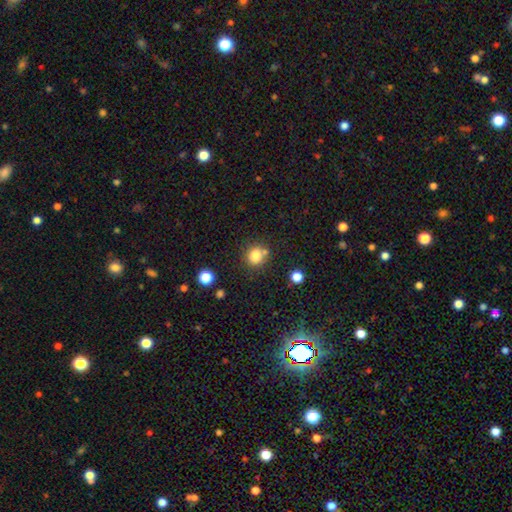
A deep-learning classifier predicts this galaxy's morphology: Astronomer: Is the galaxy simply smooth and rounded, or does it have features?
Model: smooth — 82%.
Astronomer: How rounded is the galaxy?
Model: round — 86%.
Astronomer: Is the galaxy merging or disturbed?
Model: none — 68%.